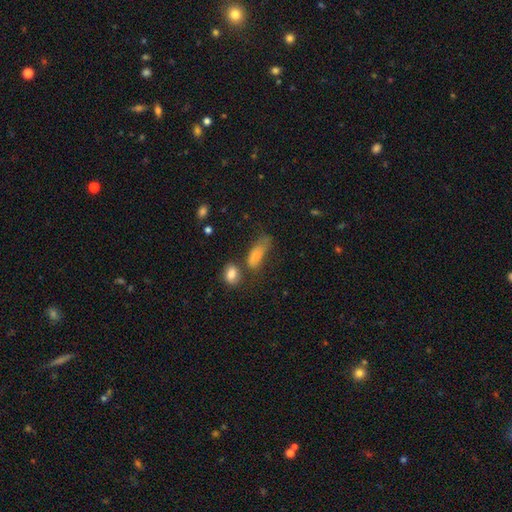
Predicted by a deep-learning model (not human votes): smooth-or-featured: smooth: 76% | featured or disk: 13% | star or artifact: 11%
  how-rounded: in between: 77% | cigar-shaped: 17% | round: 6%
  merging: none: 29% | minor disturbance: 27% | major disturbance: 25% | merger: 19%